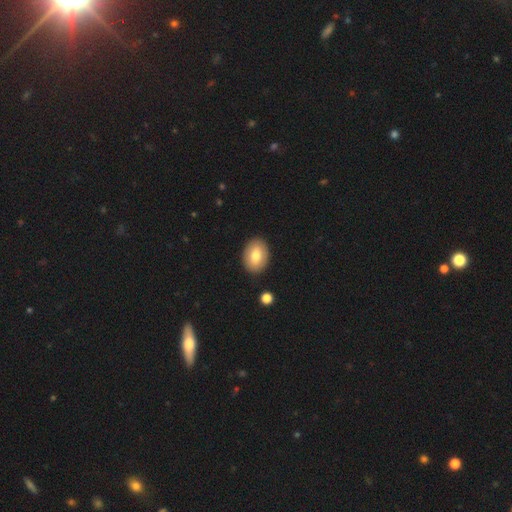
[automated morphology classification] This appears to be a smooth galaxy with no disk features (76%) that is in between round and cigar-shaped (80%). Merging: none (89%).